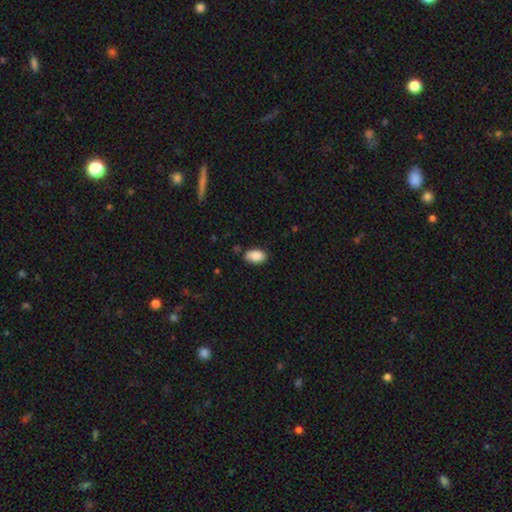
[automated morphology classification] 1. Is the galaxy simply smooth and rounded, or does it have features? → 89% smooth, 7% star or artifact, 4% featured or disk.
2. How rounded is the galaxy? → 93% in between, 5% round, 2% cigar-shaped.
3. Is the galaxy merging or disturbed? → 82% none, 14% minor disturbance, 2% major disturbance, 2% merger.